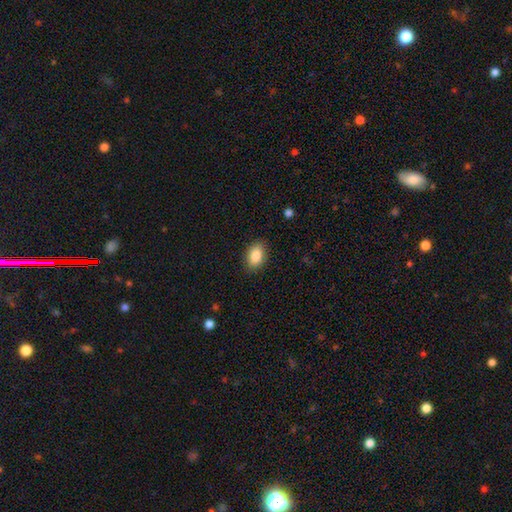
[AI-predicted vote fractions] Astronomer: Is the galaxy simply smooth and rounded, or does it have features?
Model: smooth — 87%.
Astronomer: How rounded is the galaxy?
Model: in between — 89%.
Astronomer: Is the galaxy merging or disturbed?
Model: none — 86%.